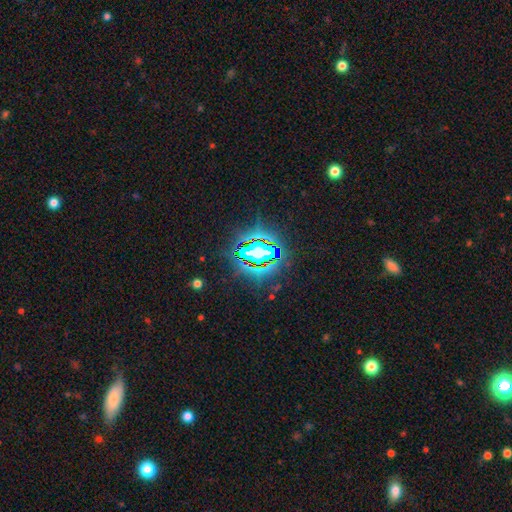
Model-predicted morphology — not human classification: Q: Smooth or featured?
A: star or artifact (80%); runner-up: smooth (11%)